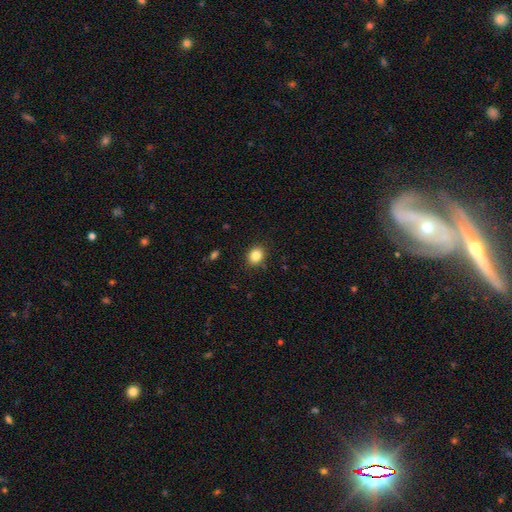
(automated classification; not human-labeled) A smooth galaxy with no disk features (84%) that is round (57%). Merging: none (87%).